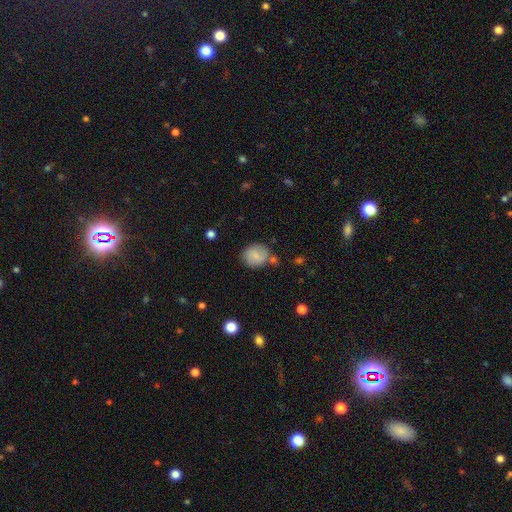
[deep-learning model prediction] A smooth galaxy with no disk features (74%) that is round (78%).

Vote fractions:
- Smooth or featured? smooth: 74% / featured or disk: 17% / star or artifact: 8%
- How rounded? round: 78% / in between: 21% / cigar-shaped: 1%
- Merging? none: 69% / minor disturbance: 17% / merger: 9% / major disturbance: 5%